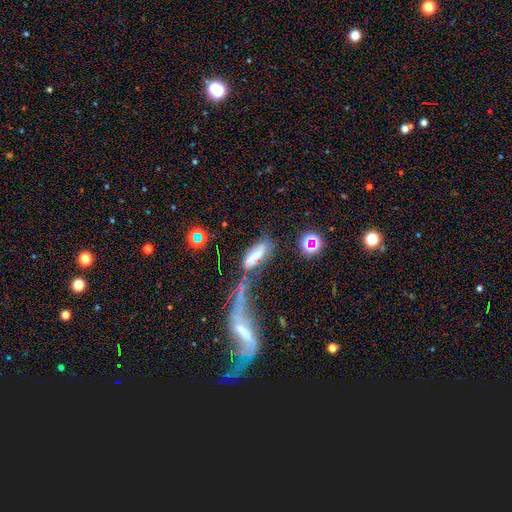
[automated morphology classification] Smooth or featured: smooth — 49% (featured or disk — 34%)
Merging: none — 40% (merger — 22%)